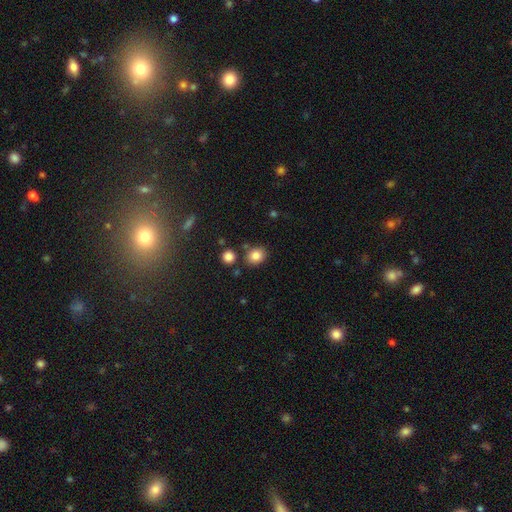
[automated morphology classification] Smooth or featured: smooth — 82% (star or artifact — 11%)
How rounded: round — 60% (in between — 39%)
Merging: none — 78% (minor disturbance — 11%)